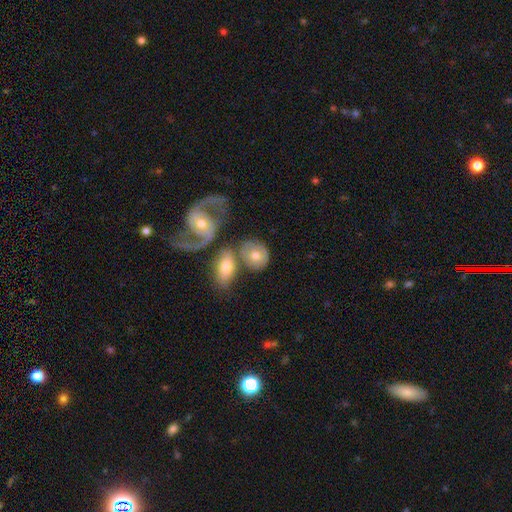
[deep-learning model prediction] Smooth or featured? Predicted: smooth (p=0.57). How rounded? Predicted: round (p=0.56). Merging? Predicted: none (p=0.50).